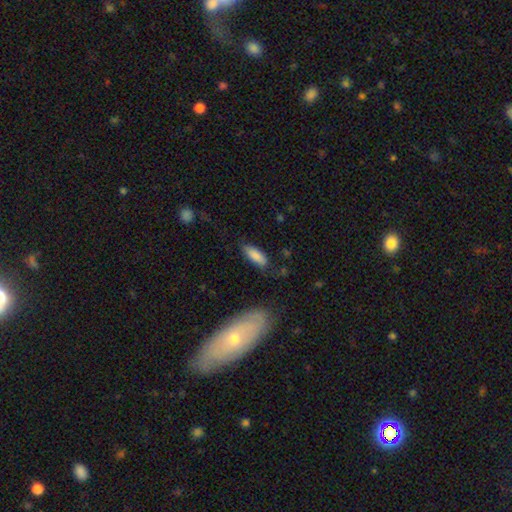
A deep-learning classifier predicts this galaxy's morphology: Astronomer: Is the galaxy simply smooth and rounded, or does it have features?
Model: smooth — 85%.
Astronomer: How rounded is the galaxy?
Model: in between — 66%.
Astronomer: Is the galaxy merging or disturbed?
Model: none — 76%.